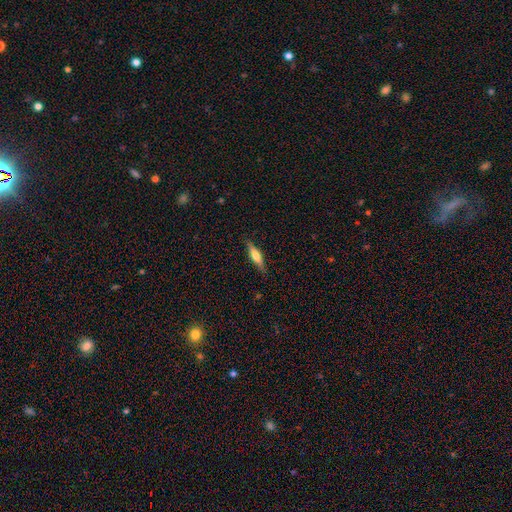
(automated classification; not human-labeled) Q: Smooth or featured?
A: smooth (52%); runner-up: featured or disk (42%)
Q: How rounded?
A: cigar-shaped (71%); runner-up: in between (27%)
Q: Merging?
A: none (86%); runner-up: minor disturbance (11%)